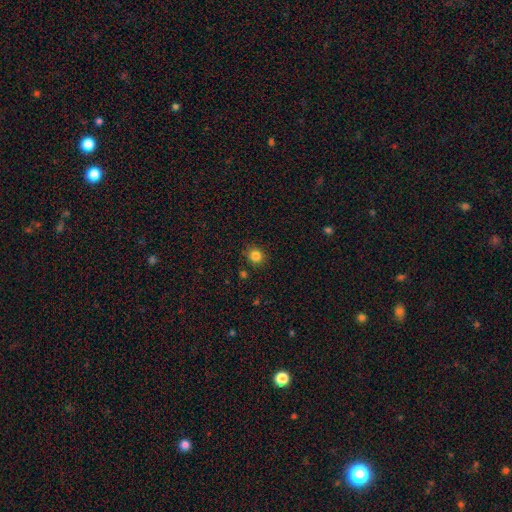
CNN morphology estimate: Overall: smooth (83%). How rounded: round (87%). Merging: none (87%).